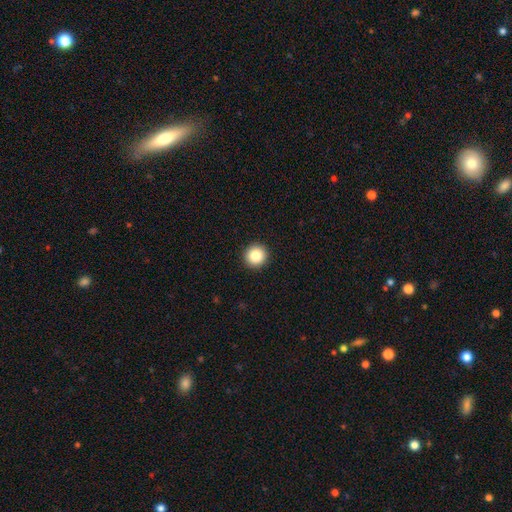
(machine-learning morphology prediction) Q: Smooth or featured?
A: smooth (84%); runner-up: star or artifact (10%)
Q: How rounded?
A: round (95%); runner-up: in between (4%)
Q: Merging?
A: none (94%); runner-up: minor disturbance (4%)